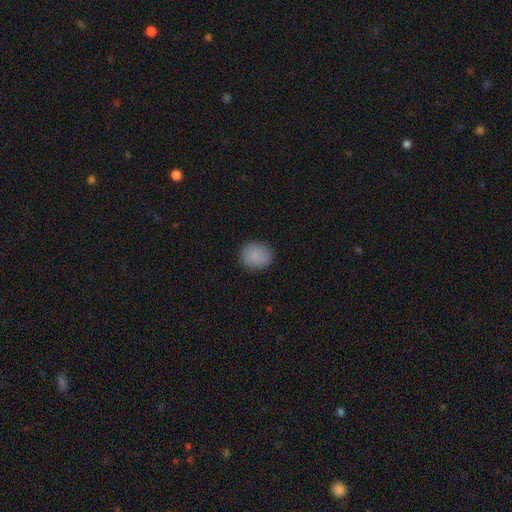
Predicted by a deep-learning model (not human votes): smooth_or_featured: smooth (p=0.87) [alt: star or artifact p=0.08]
how_rounded: round (p=0.81) [alt: in between p=0.18]
merging: none (p=0.88) [alt: minor disturbance p=0.09]